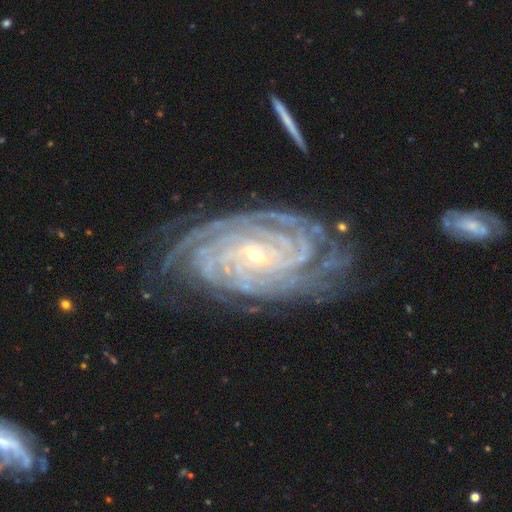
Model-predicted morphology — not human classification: This appears to be a featured or disk galaxy (93%) with no bar (52%), more than 4 (31%) tight (86%) spiral arms (99%) and a small central bulge (74%). Merging: none (76%).